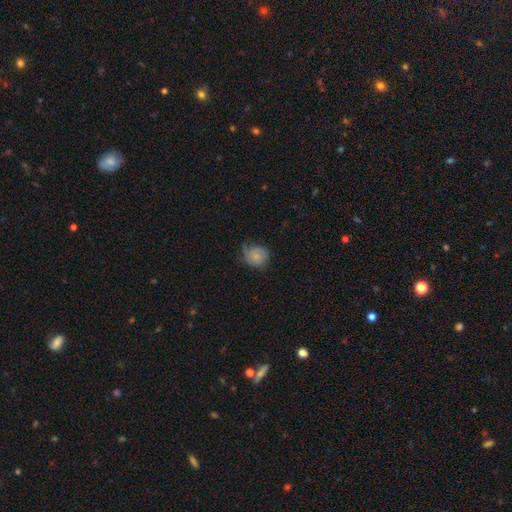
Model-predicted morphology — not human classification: smooth-or-featured: smooth: 61% | featured or disk: 30% | star or artifact: 8%
  how-rounded: round: 74% | in between: 25% | cigar-shaped: 1%
  merging: none: 46% | minor disturbance: 35% | major disturbance: 17% | merger: 2%